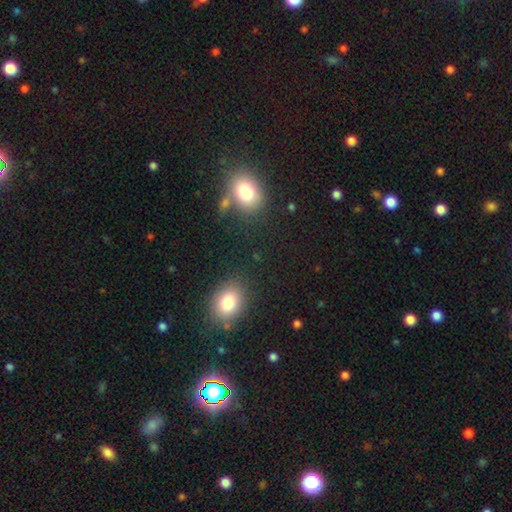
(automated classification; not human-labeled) Morphology: type=smooth (62%); roundness=in between (54%); merging=none (82%).